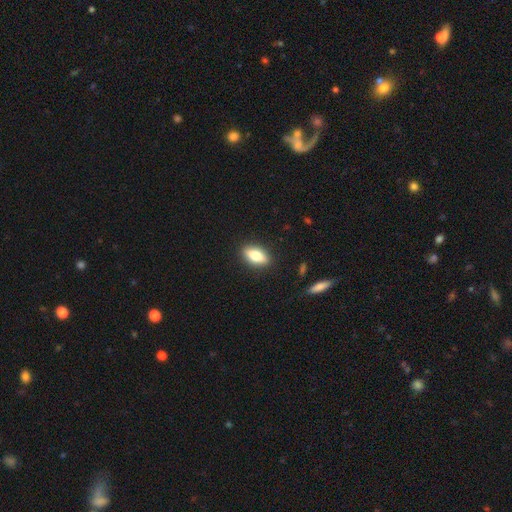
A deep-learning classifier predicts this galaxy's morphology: Overall: smooth (72%). How rounded: in between (81%). Merging: none (88%).